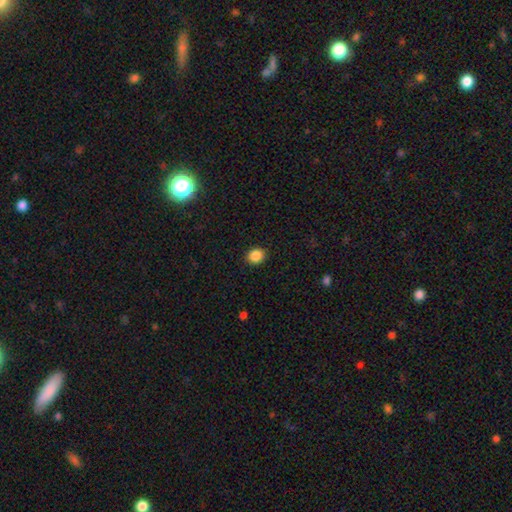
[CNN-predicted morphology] smooth-or-featured: smooth: 87% | star or artifact: 10% | featured or disk: 3%
  how-rounded: round: 74% | in between: 25% | cigar-shaped: 1%
  merging: none: 90% | minor disturbance: 7% | major disturbance: 2% | merger: 1%